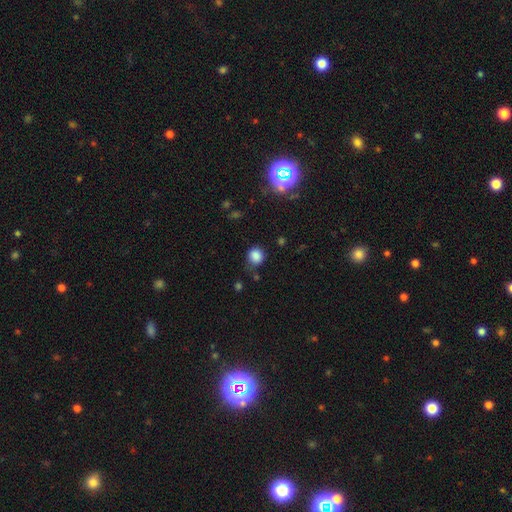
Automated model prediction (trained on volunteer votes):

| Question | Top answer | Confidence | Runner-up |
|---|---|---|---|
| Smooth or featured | smooth | 84% | star or artifact (12%) |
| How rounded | round | 80% | in between (19%) |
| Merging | none | 69% | minor disturbance (21%) |